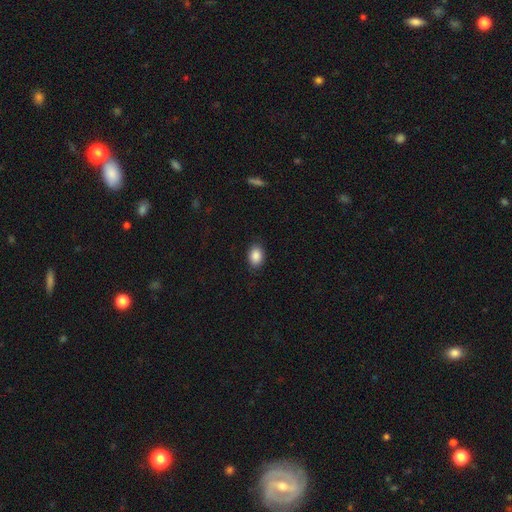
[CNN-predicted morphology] This appears to be a smooth galaxy with no disk features (88%) that is in between round and cigar-shaped (77%). Merging: none (85%).